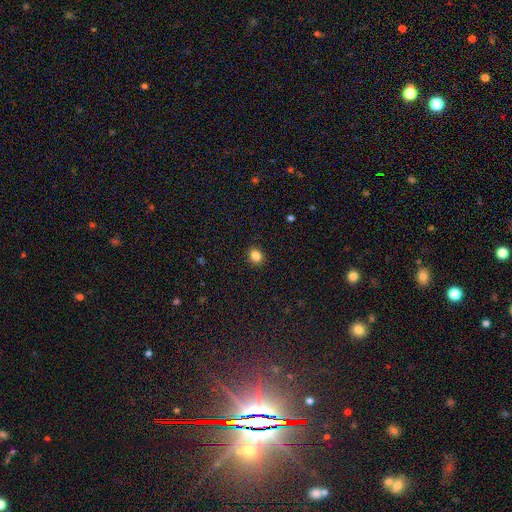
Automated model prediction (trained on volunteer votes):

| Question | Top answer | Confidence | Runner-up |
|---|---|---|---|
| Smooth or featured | smooth | 85% | star or artifact (11%) |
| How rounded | round | 69% | in between (30%) |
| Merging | none | 91% | minor disturbance (6%) |